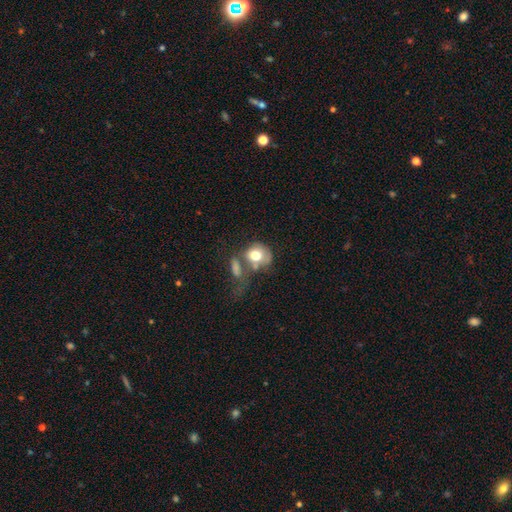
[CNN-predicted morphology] Smooth or featured? Predicted: smooth (p=0.70). How rounded? Predicted: round (p=0.58). Merging? Predicted: merger (p=0.37).